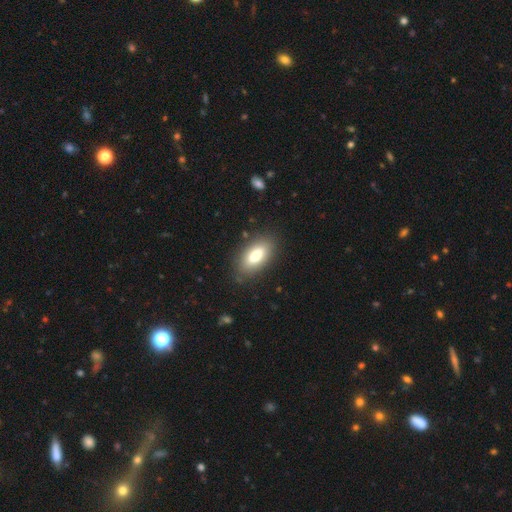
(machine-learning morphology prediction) Overall: smooth (77%). How rounded: in between (89%). Merging: none (84%).